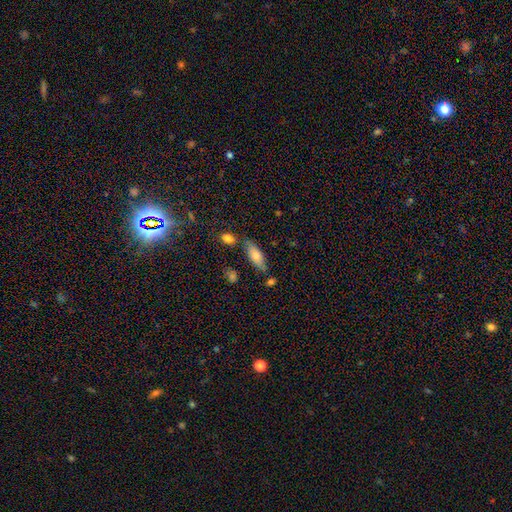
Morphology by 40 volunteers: smooth_or_featured: smooth (p=0.70) [alt: featured or disk p=0.28]
how_rounded: in between (p=0.64) [alt: cigar-shaped p=0.32]
merging: none (p=0.72) [alt: minor disturbance p=0.23]